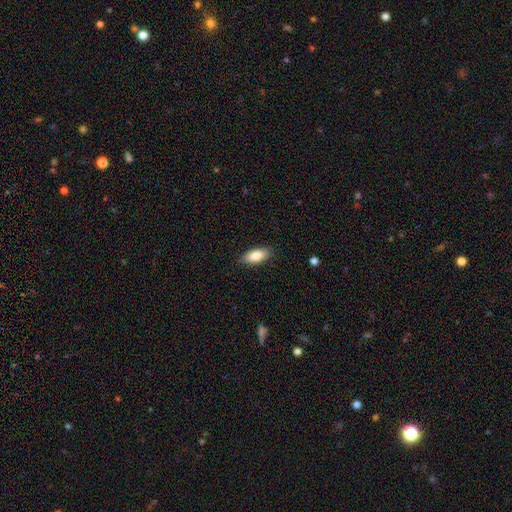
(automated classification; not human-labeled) Smooth or featured? Predicted: smooth (p=0.83). How rounded? Predicted: in between (p=0.86). Merging? Predicted: none (p=0.87).